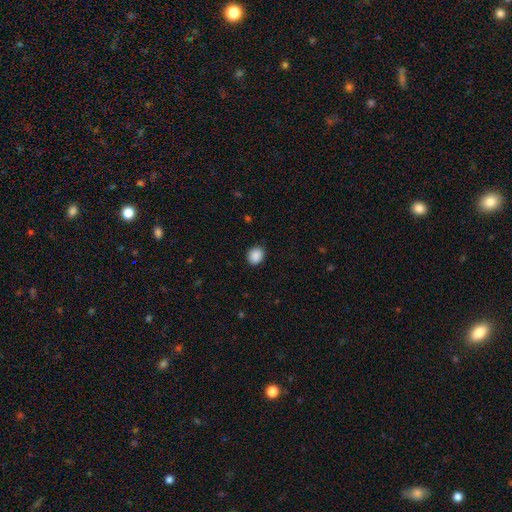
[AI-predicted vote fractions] Smooth or featured?
  - smooth: 89% *
  - star or artifact: 8%
  - featured or disk: 2%
How rounded?
  - round: 59% *
  - in between: 40%
  - cigar-shaped: 1%
Merging?
  - none: 88% *
  - minor disturbance: 8%
  - major disturbance: 2%
  - merger: 1%